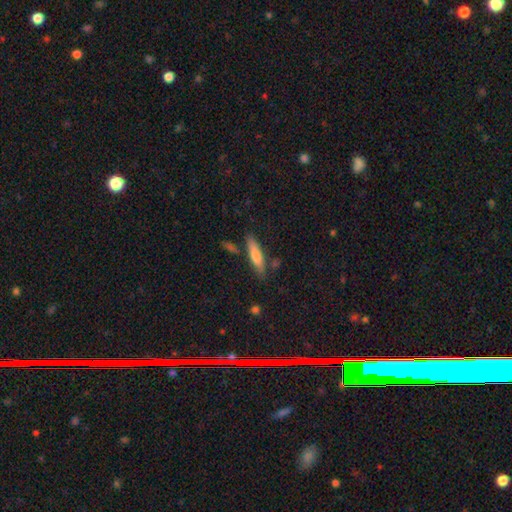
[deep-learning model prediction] This appears to be a smooth galaxy with no disk features (65%) that is cigar-shaped (80%). Merging: none (79%).